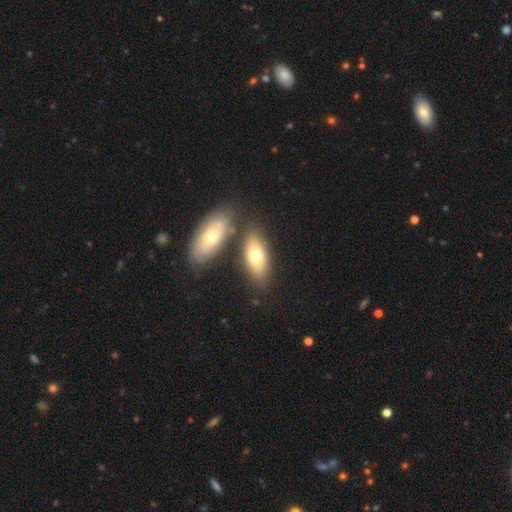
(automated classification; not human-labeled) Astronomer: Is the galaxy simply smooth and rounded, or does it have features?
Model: smooth — 69%.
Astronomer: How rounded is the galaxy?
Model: in between — 84%.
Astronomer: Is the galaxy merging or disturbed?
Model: none — 68%.